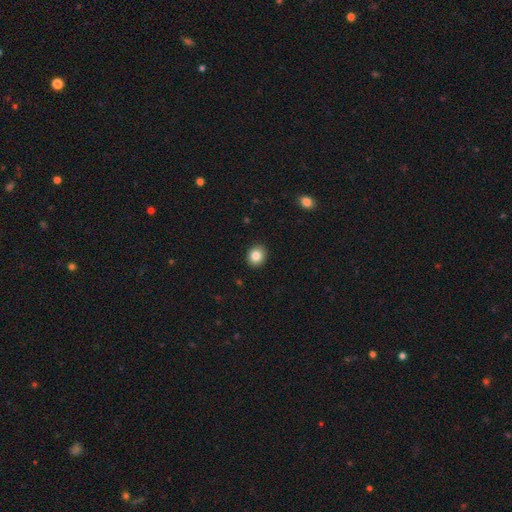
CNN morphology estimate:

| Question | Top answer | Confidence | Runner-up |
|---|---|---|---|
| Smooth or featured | smooth | 84% | star or artifact (9%) |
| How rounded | round | 68% | in between (31%) |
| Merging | none | 92% | minor disturbance (6%) |